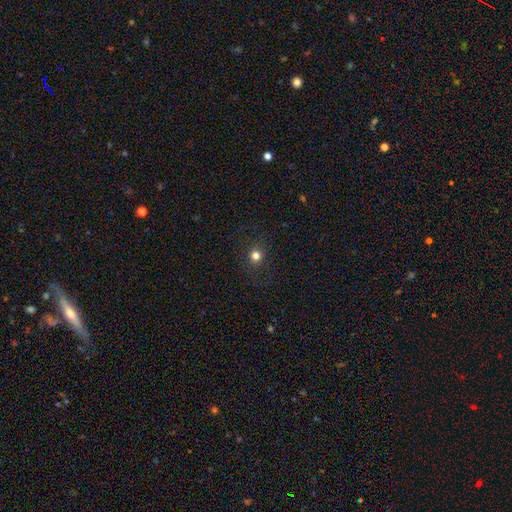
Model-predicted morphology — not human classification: smooth-or-featured: smooth: 76% | star or artifact: 17% | featured or disk: 7%
  how-rounded: round: 89% | in between: 10% | cigar-shaped: 1%
  merging: none: 88% | minor disturbance: 7% | major disturbance: 3% | merger: 1%